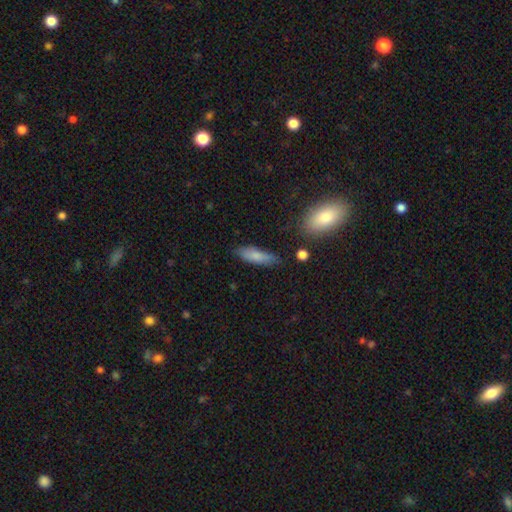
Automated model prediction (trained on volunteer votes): This is likely a smooth galaxy (79%). How rounded: possibly cigar-shaped (49%). Merging: likely none (72%).